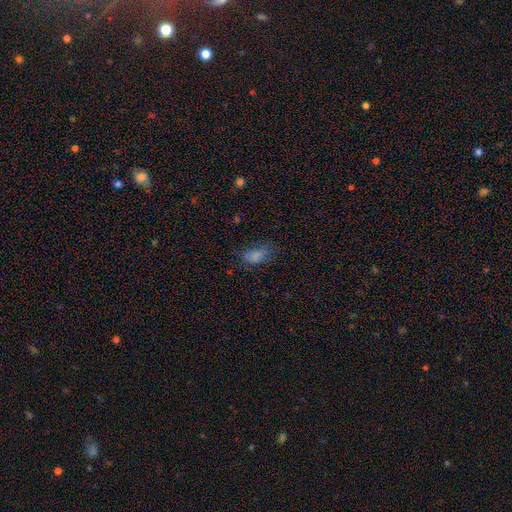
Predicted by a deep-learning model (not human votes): This appears to be a smooth galaxy with no disk features (77%) that is in between round and cigar-shaped (89%). Merging: none (60%).